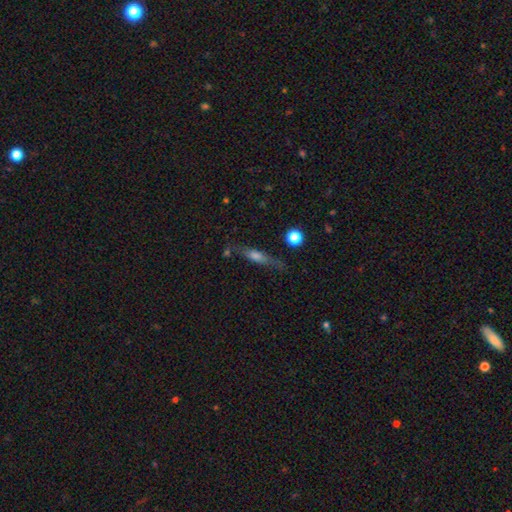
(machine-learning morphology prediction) Smooth or featured: smooth — 45% (featured or disk — 44%)
Merging: none — 70% (minor disturbance — 19%)